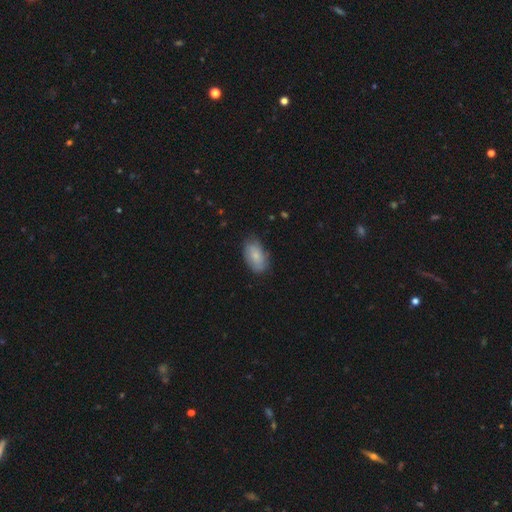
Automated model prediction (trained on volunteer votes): smooth_or_featured: smooth (p=0.75) [alt: featured or disk p=0.18]
how_rounded: in between (p=0.93) [alt: round p=0.04]
merging: none (p=0.73) [alt: minor disturbance p=0.21]